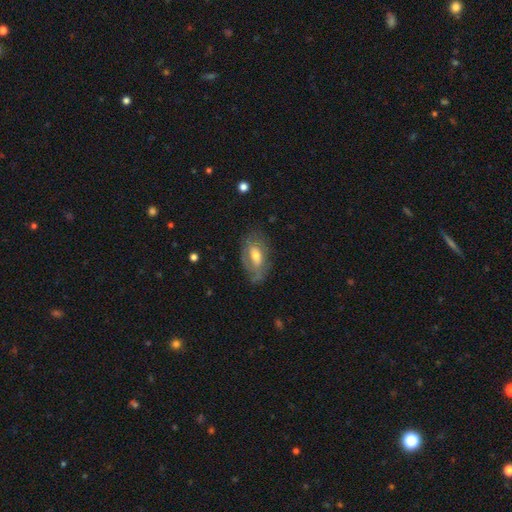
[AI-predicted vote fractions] A featured or disk galaxy (52%). Merging: none (58%).